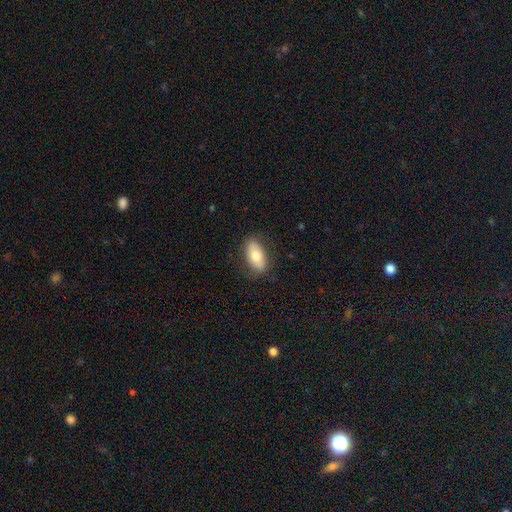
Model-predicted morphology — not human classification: type=smooth (73%); roundness=in between (90%); merging=none (83%).